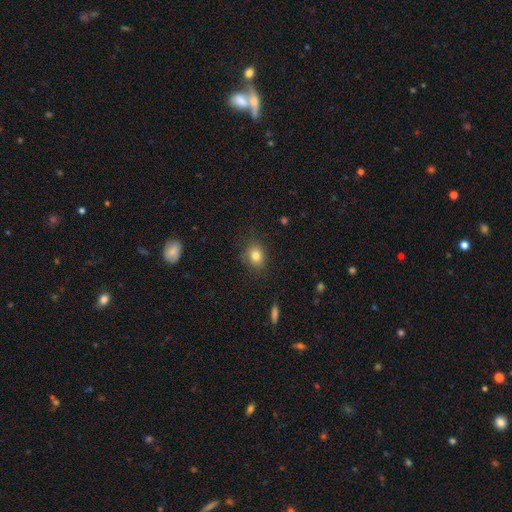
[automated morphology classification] Q: Smooth or featured?
A: smooth (81%); runner-up: star or artifact (11%)
Q: How rounded?
A: round (50%); runner-up: in between (48%)
Q: Merging?
A: none (79%); runner-up: minor disturbance (16%)